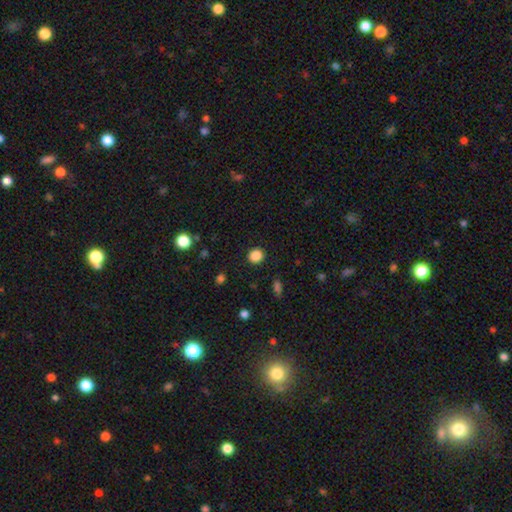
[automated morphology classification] type=smooth (87%); roundness=round (83%); merging=none (91%).